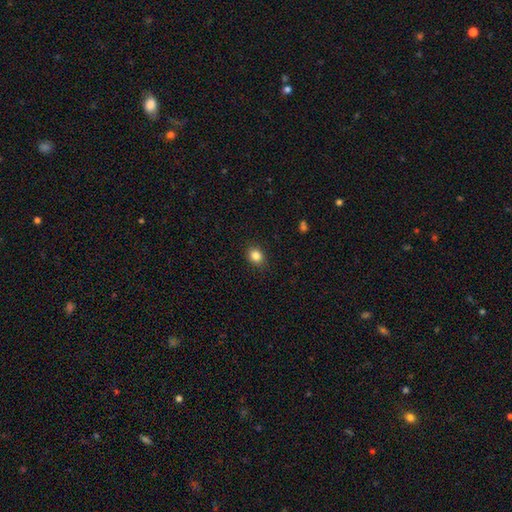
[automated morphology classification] The model was most divided on "how rounded": round: 56%, in between: 43%, cigar-shaped: 1%. More confident: merging — none (87%); smooth or featured — smooth (85%).